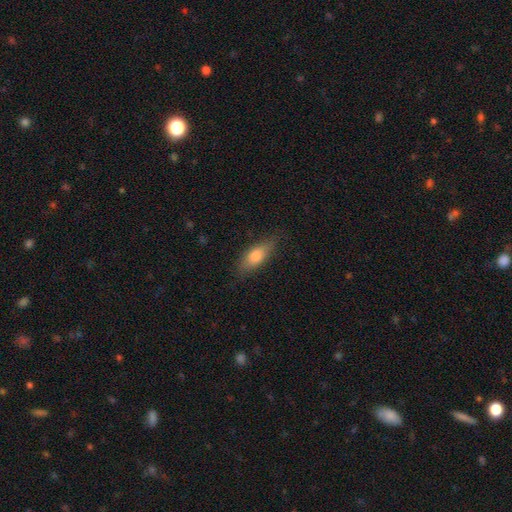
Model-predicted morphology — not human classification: Q: Smooth or featured?
A: smooth (71%); runner-up: featured or disk (22%)
Q: How rounded?
A: in between (65%); runner-up: cigar-shaped (31%)
Q: Merging?
A: none (79%); runner-up: minor disturbance (16%)